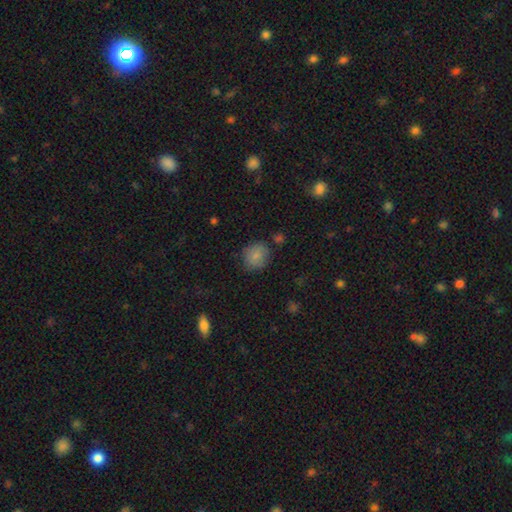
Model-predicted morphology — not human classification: Overall: smooth (82%). How rounded: round (74%). Merging: none (75%).